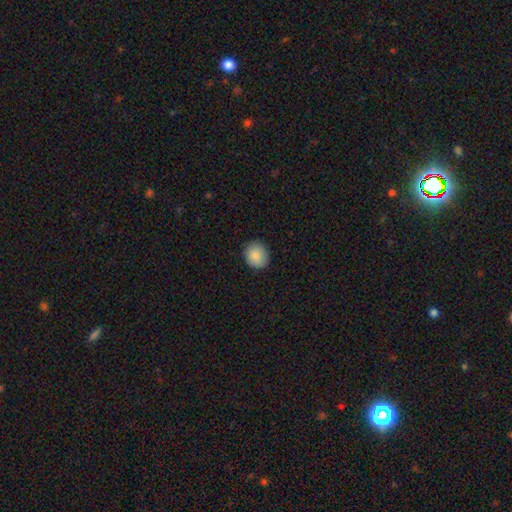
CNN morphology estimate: smooth 86%, star or artifact 8%, featured or disk 6%. Down the decision tree: how rounded — round (75%); merging — none (88%).